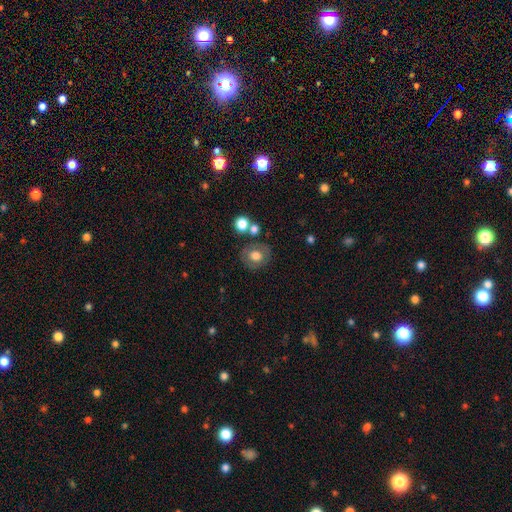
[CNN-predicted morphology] This is likely a smooth galaxy (65%). How rounded: likely round (71%). Merging: likely none (72%).